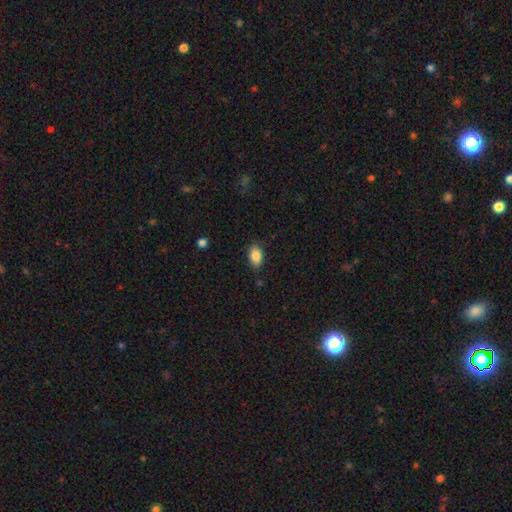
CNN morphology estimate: Smooth or featured?
  - smooth: 88% *
  - star or artifact: 7%
  - featured or disk: 5%
How rounded?
  - in between: 92% *
  - round: 6%
  - cigar-shaped: 2%
Merging?
  - none: 83% *
  - minor disturbance: 13%
  - major disturbance: 3%
  - merger: 1%